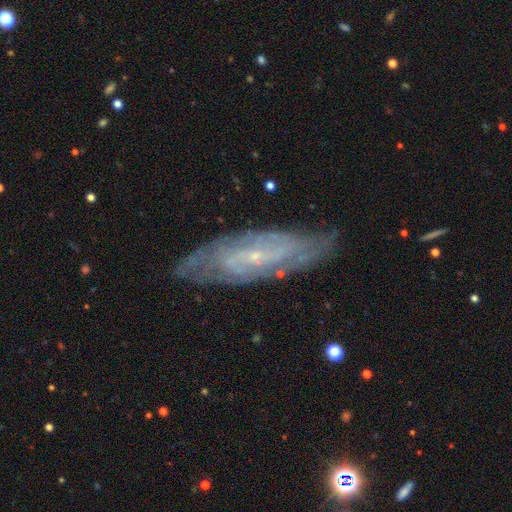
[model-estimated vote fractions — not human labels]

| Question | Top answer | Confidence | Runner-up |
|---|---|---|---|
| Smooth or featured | featured or disk | 81% | smooth (12%) |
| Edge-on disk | no | 83% | yes (17%) |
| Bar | no | 46% | weak (40%) |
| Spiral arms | yes | 91% | no (9%) |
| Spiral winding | tight | 58% | medium (32%) |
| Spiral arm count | can't tell | 44% | 2 (28%) |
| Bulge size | small | 83% | moderate (10%) |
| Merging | none | 79% | minor disturbance (15%) |